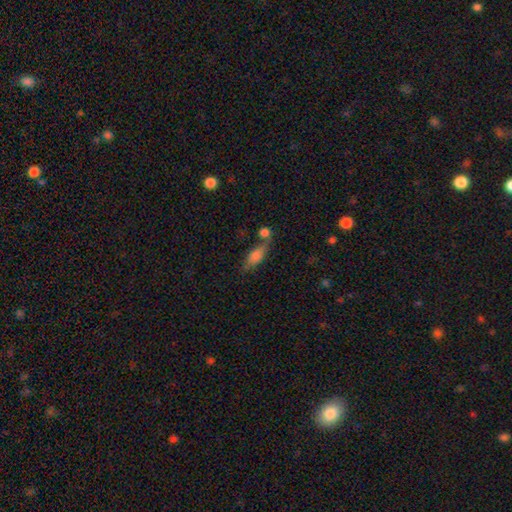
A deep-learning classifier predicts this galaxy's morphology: smooth-or-featured: smooth: 65% | featured or disk: 24% | star or artifact: 11%
  how-rounded: in between: 60% | cigar-shaped: 36% | round: 4%
  merging: none: 58% | merger: 19% | minor disturbance: 17% | major disturbance: 6%